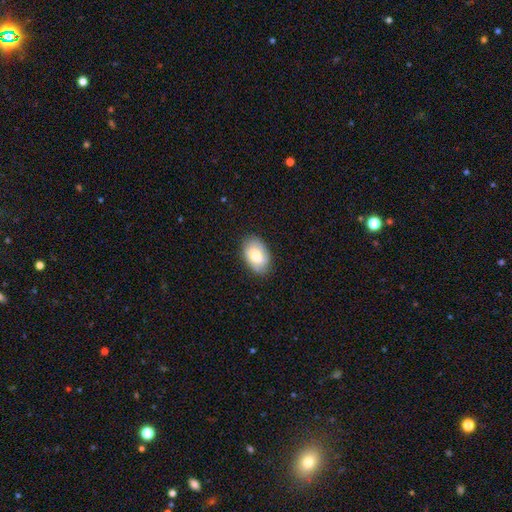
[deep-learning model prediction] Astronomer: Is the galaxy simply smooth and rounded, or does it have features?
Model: smooth — 69%.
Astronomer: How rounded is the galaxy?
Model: in between — 90%.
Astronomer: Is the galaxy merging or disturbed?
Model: none — 82%.